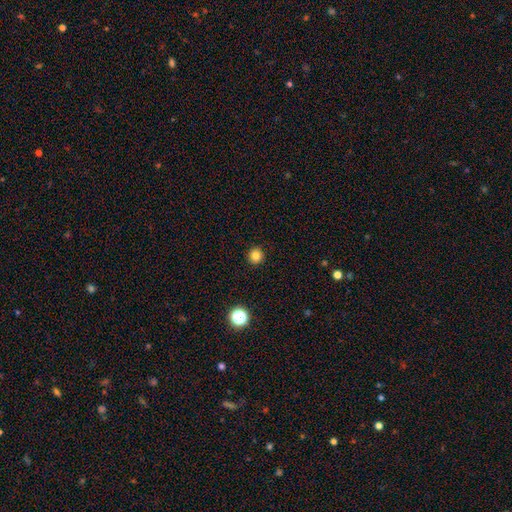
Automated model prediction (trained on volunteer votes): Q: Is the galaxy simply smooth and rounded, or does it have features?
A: smooth — 82%.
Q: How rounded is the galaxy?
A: round — 94%.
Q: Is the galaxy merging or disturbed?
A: none — 92%.